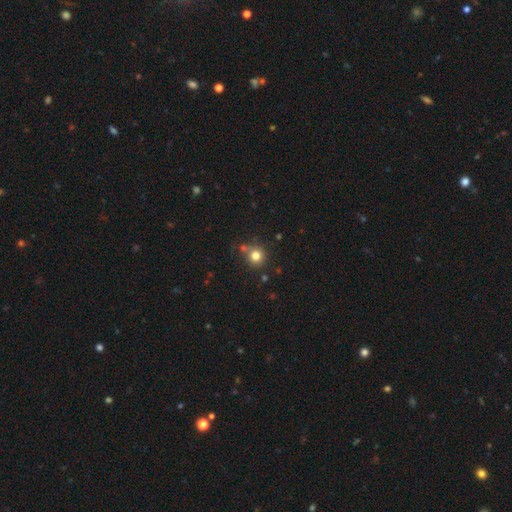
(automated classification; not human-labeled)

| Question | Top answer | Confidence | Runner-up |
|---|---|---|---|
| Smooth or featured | smooth | 79% | star or artifact (13%) |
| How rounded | round | 89% | in between (10%) |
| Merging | none | 67% | minor disturbance (15%) |